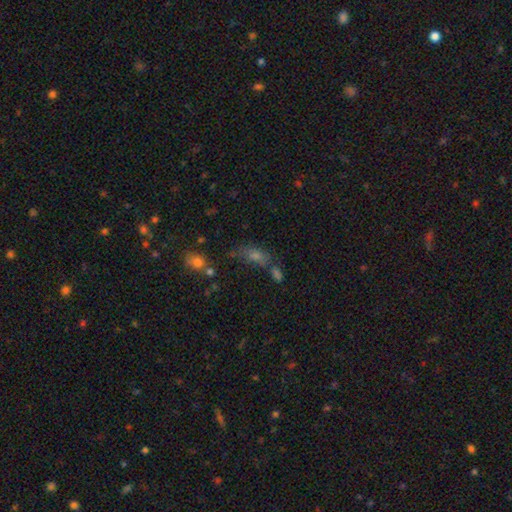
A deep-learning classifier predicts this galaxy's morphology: Smooth or featured: smooth — 54% (star or artifact — 29%)
How rounded: in between — 72% (round — 16%)
Merging: none — 45% (merger — 28%)